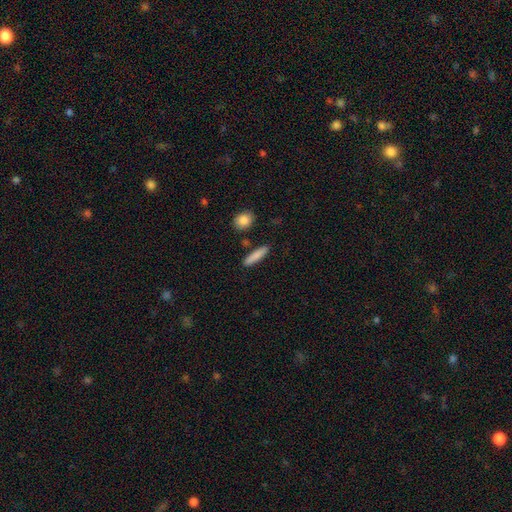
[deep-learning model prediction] smooth_or_featured: smooth (p=0.83) [alt: featured or disk p=0.11]
how_rounded: cigar-shaped (p=0.81) [alt: in between p=0.16]
merging: none (p=0.87) [alt: minor disturbance p=0.08]